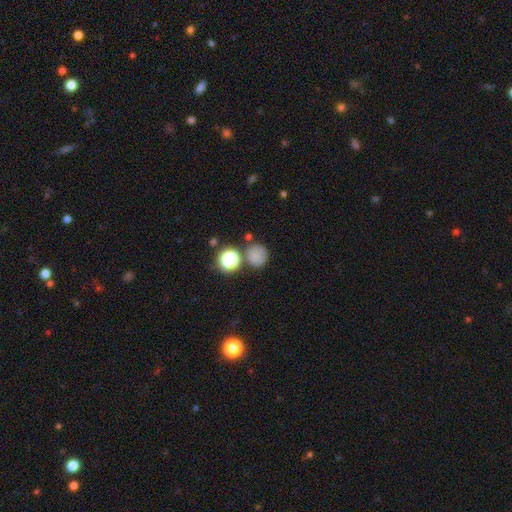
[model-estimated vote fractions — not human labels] A smooth galaxy with no disk features (74%) that is round (88%). Merging: none (71%).